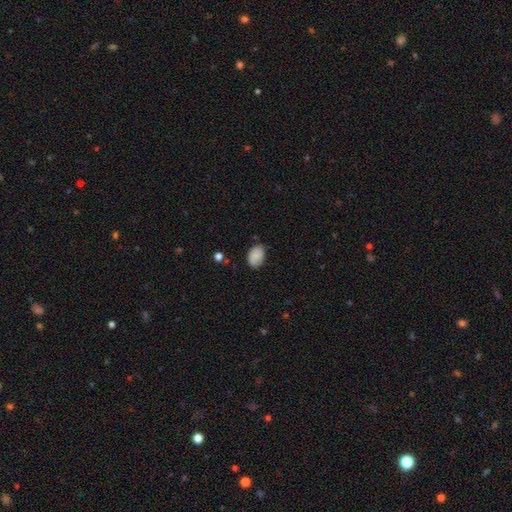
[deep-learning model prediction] Smooth or featured? Predicted: smooth (p=0.79). How rounded? Predicted: in between (p=0.80). Merging? Predicted: none (p=0.76).